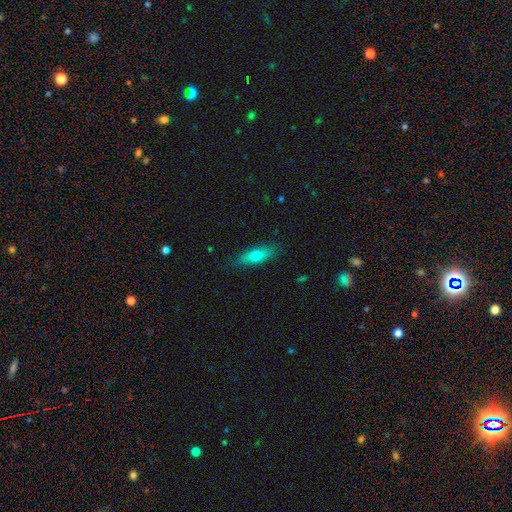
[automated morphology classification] This is likely a smooth galaxy (67%). How rounded: possibly in between (53%). Merging: clearly none (85%).